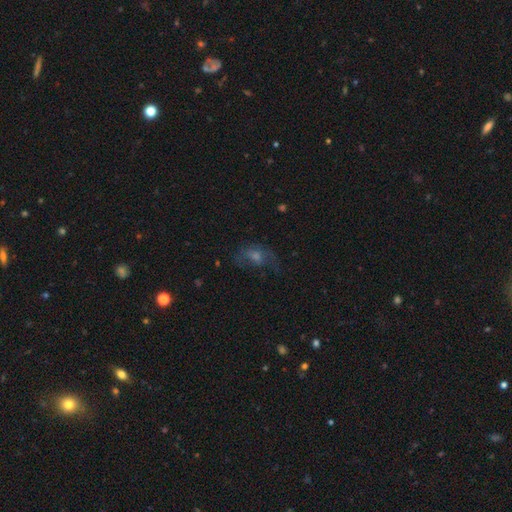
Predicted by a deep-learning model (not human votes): The model was most divided on "smooth or featured" (2-way tie): smooth: 37%, featured or disk: 37%, star or artifact: 26%. Remaining: merging — none (49%).